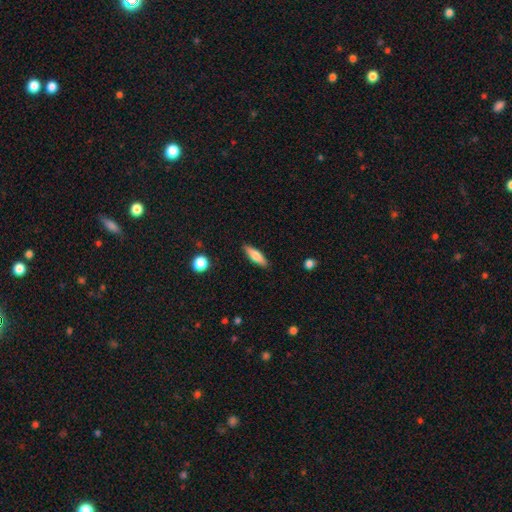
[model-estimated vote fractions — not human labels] Smooth or featured? Predicted: smooth (p=0.71). How rounded? Predicted: cigar-shaped (p=0.57). Merging? Predicted: none (p=0.87).